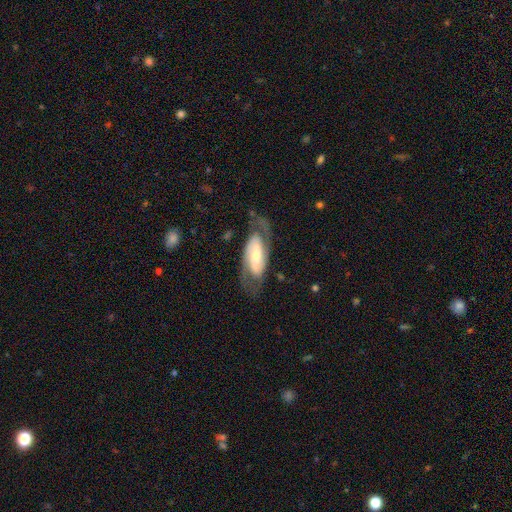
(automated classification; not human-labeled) Q: Smooth or featured?
A: featured or disk (81%); runner-up: smooth (14%)
Q: Edge-on disk?
A: no (93%); runner-up: yes (7%)
Q: Bar?
A: weak (39%); tied with: strong (39%)
Q: Spiral arms?
A: yes (94%); runner-up: no (6%)
Q: Spiral winding?
A: medium (49%); runner-up: tight (30%)
Q: Spiral arm count?
A: 2 (89%); runner-up: can't tell (6%)
Q: Bulge size?
A: moderate (46%); runner-up: small (40%)
Q: Merging?
A: none (70%); runner-up: minor disturbance (17%)